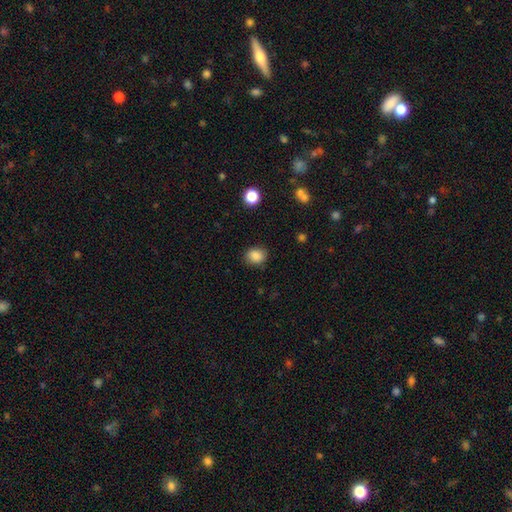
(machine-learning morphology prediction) Smooth or featured? Predicted: smooth (p=0.86). How rounded? Predicted: round (p=0.55). Merging? Predicted: none (p=0.85).